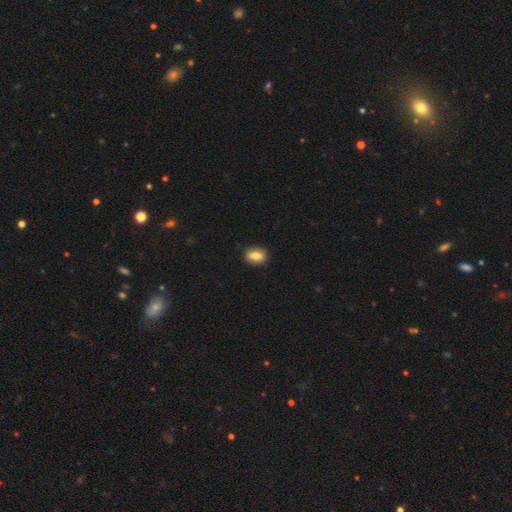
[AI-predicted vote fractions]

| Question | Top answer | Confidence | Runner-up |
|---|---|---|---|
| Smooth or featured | smooth | 82% | featured or disk (10%) |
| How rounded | in between | 80% | round (16%) |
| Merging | none | 87% | minor disturbance (10%) |